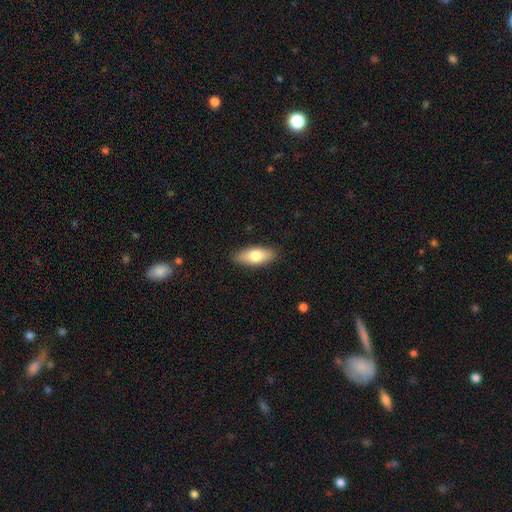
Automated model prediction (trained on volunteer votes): The model was most divided on "smooth or featured": smooth: 73%, featured or disk: 21%, star or artifact: 6%. More confident: merging — none (88%); how rounded — in between (77%).